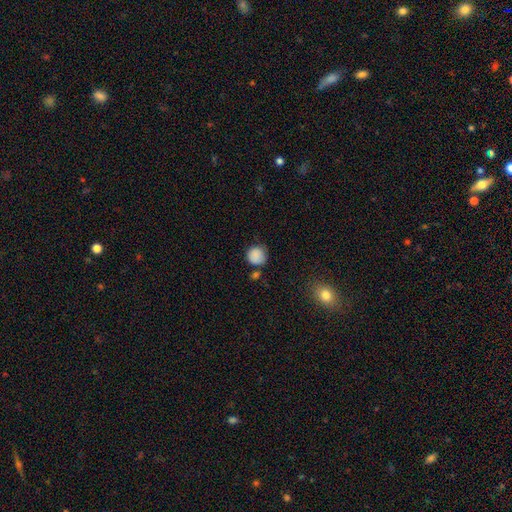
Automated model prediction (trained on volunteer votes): Smooth or featured?
  - smooth: 86% *
  - star or artifact: 9%
  - featured or disk: 5%
How rounded?
  - round: 89% *
  - in between: 10%
  - cigar-shaped: 1%
Merging?
  - none: 68% *
  - minor disturbance: 20%
  - merger: 7%
  - major disturbance: 5%